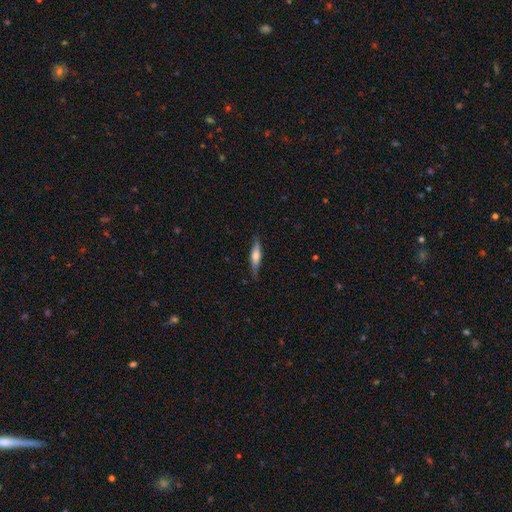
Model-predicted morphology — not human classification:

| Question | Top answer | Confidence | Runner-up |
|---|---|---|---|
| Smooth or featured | smooth | 50% | featured or disk (44%) |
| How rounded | cigar-shaped | 78% | in between (20%) |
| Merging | none | 81% | minor disturbance (15%) |